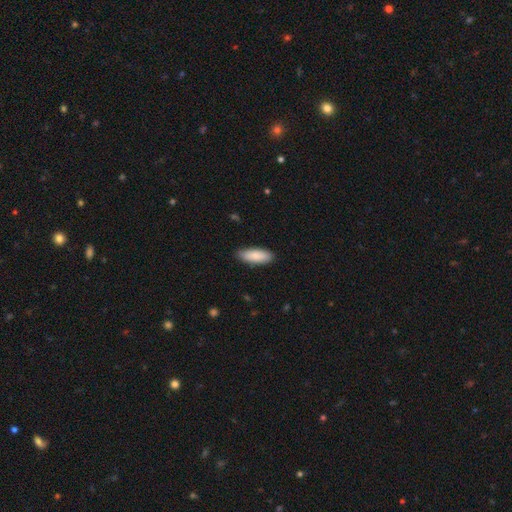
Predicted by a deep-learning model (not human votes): This appears to be a smooth galaxy with no disk features (87%) that is in between round and cigar-shaped (70%). Merging: none (86%).